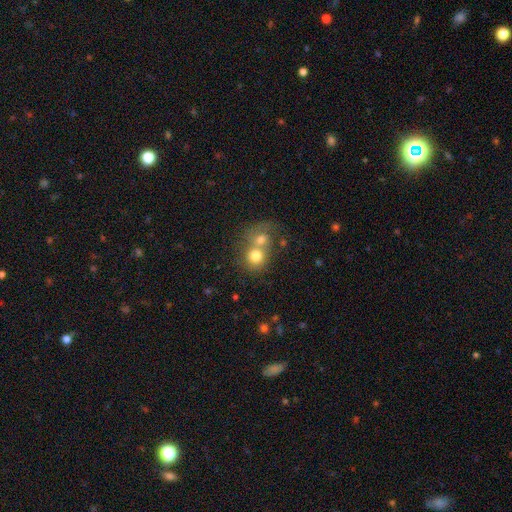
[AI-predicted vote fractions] smooth-or-featured: smooth: 71% | featured or disk: 19% | star or artifact: 10%
  how-rounded: round: 77% | in between: 22% | cigar-shaped: 1%
  merging: merger: 67% | none: 22% | minor disturbance: 6% | major disturbance: 4%